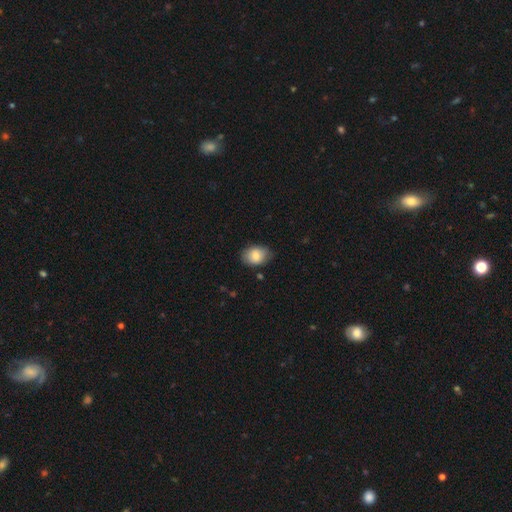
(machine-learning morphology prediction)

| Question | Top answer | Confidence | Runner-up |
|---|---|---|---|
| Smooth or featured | smooth | 80% | featured or disk (12%) |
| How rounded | in between | 76% | round (23%) |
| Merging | none | 75% | minor disturbance (20%) |